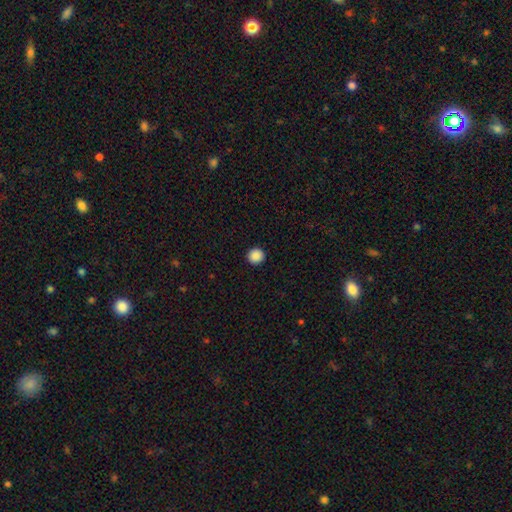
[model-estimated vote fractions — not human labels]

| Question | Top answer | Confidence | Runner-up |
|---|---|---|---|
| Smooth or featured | smooth | 89% | star or artifact (9%) |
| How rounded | round | 95% | in between (4%) |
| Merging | none | 94% | minor disturbance (4%) |